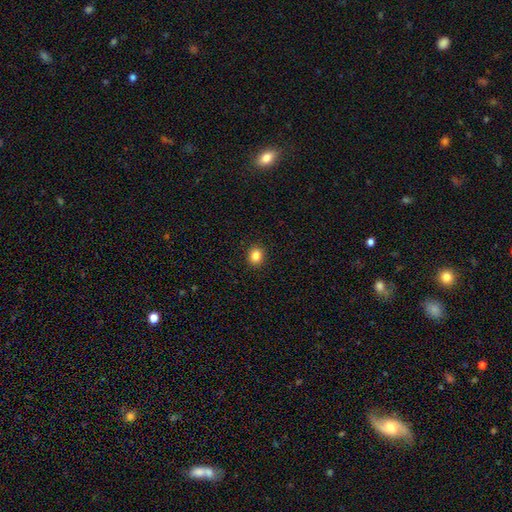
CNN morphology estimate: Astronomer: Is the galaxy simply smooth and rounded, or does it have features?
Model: smooth — 84%.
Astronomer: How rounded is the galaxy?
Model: round — 79%.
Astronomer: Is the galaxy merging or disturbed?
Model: none — 93%.